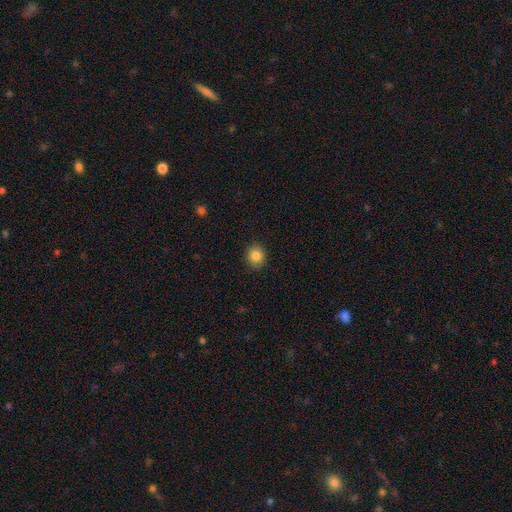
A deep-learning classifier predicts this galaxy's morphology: Smooth or featured?
  - smooth: 85% *
  - star or artifact: 9%
  - featured or disk: 5%
How rounded?
  - round: 69% *
  - in between: 30%
  - cigar-shaped: 1%
Merging?
  - none: 88% *
  - minor disturbance: 8%
  - major disturbance: 2%
  - merger: 1%